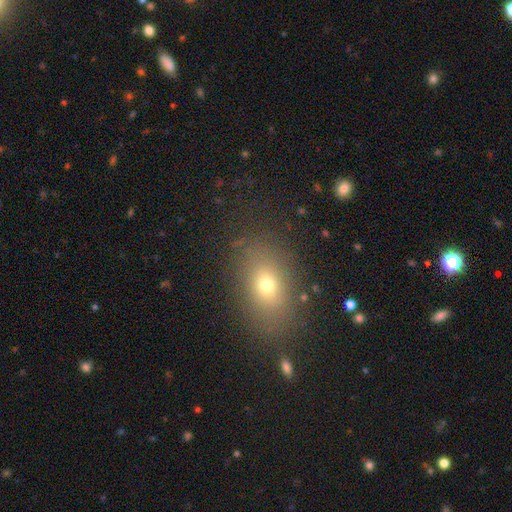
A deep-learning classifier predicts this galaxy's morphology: Overall: smooth (66%). How rounded: in between (77%). Merging: none (82%).